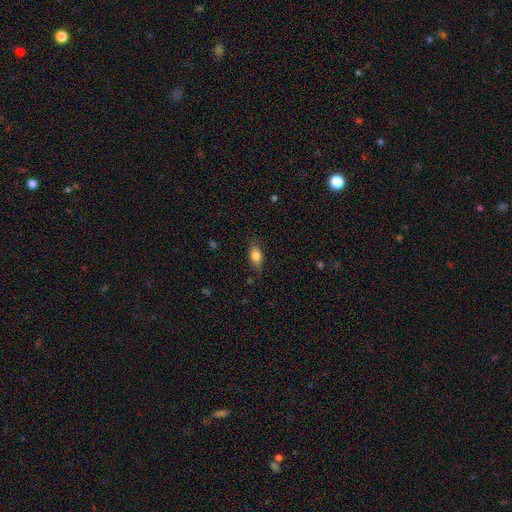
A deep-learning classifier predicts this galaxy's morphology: Smooth or featured: smooth — 81% (featured or disk — 11%)
How rounded: in between — 84% (cigar-shaped — 10%)
Merging: none — 80% (minor disturbance — 16%)